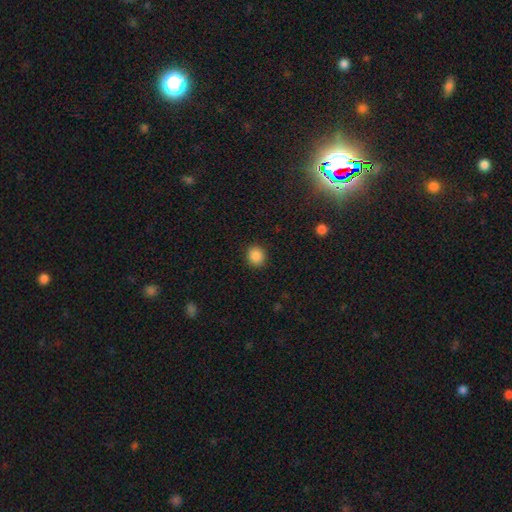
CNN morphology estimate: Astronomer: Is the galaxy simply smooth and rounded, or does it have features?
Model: smooth — 87%.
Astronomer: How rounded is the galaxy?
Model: round — 81%.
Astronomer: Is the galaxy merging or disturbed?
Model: none — 91%.